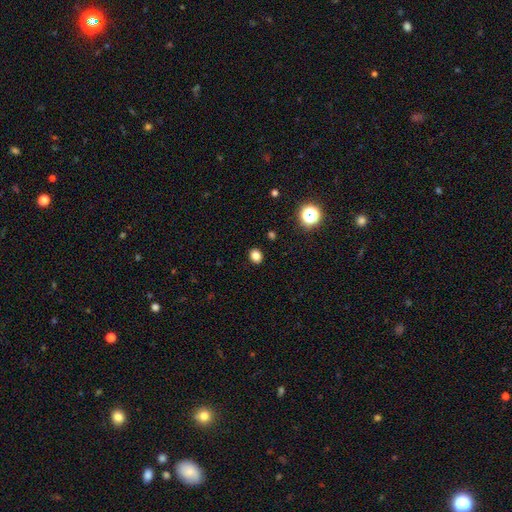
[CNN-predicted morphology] Smooth or featured? Predicted: smooth (p=0.81). How rounded? Predicted: round (p=0.62). Merging? Predicted: none (p=0.91).